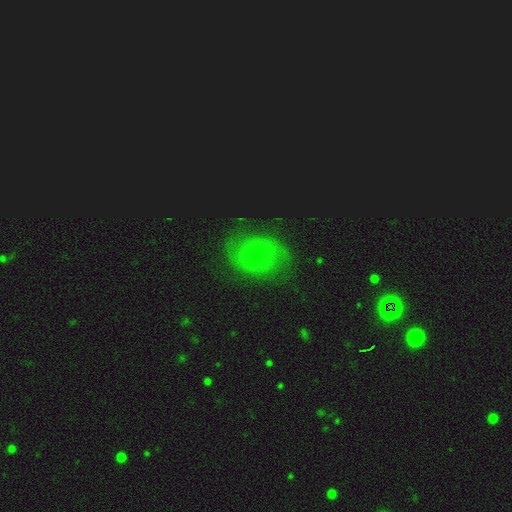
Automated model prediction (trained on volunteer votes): Morphology: type=featured or disk (45%); merging=none (73%).